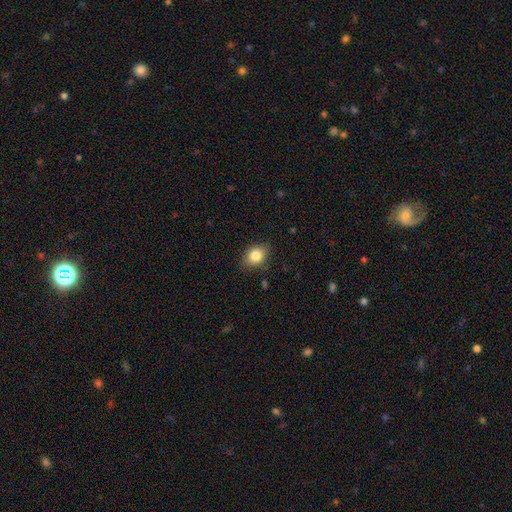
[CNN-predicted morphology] Smooth or featured?
  - smooth: 83% *
  - star or artifact: 9%
  - featured or disk: 8%
How rounded?
  - in between: 66% *
  - round: 33%
  - cigar-shaped: 1%
Merging?
  - none: 81% *
  - minor disturbance: 15%
  - major disturbance: 3%
  - merger: 1%